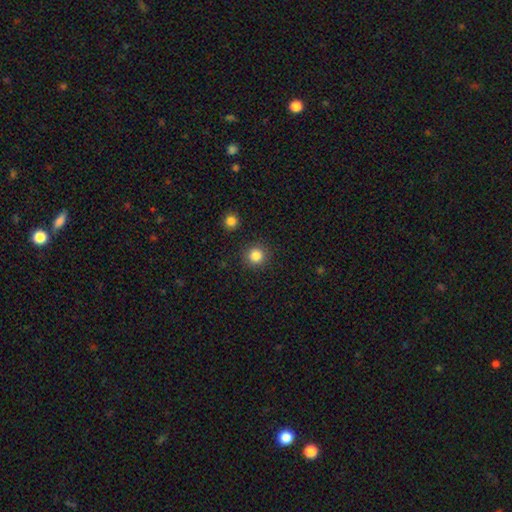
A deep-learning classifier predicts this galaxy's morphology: Smooth or featured? Predicted: smooth (p=0.83). How rounded? Predicted: round (p=0.94). Merging? Predicted: none (p=0.90).